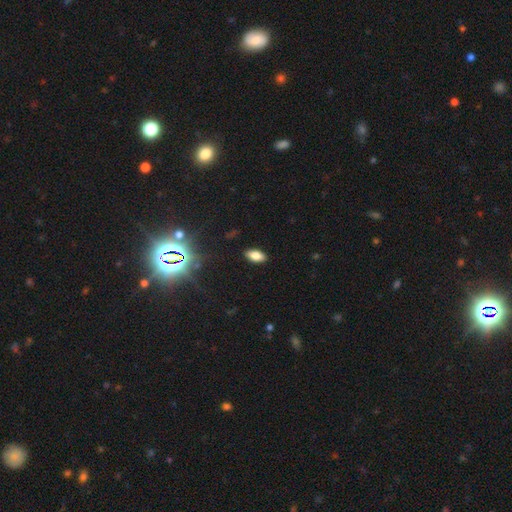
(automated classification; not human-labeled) Smooth or featured? Predicted: smooth (p=0.77). How rounded? Predicted: in between (p=0.89). Merging? Predicted: none (p=0.88).